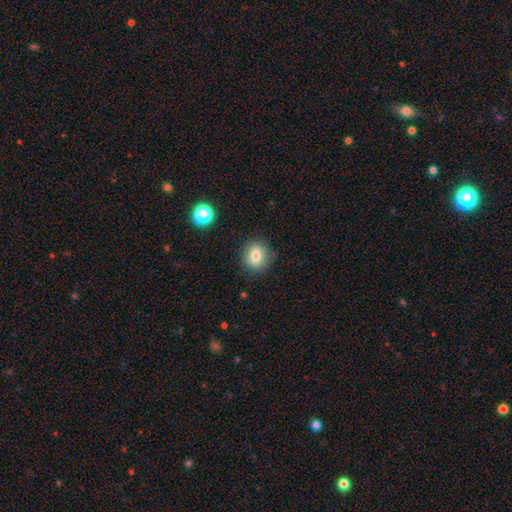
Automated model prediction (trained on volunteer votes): Smooth or featured?
  - smooth: 79% *
  - star or artifact: 11%
  - featured or disk: 11%
How rounded?
  - round: 65% *
  - in between: 34%
  - cigar-shaped: 1%
Merging?
  - none: 85% *
  - minor disturbance: 10%
  - major disturbance: 3%
  - merger: 2%